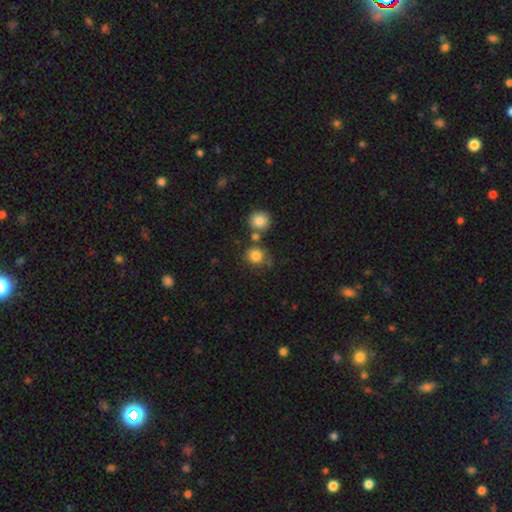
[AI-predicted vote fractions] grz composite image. It shows a smooth galaxy with no disk features (83%) that is round (86%). Merging: none (68%).